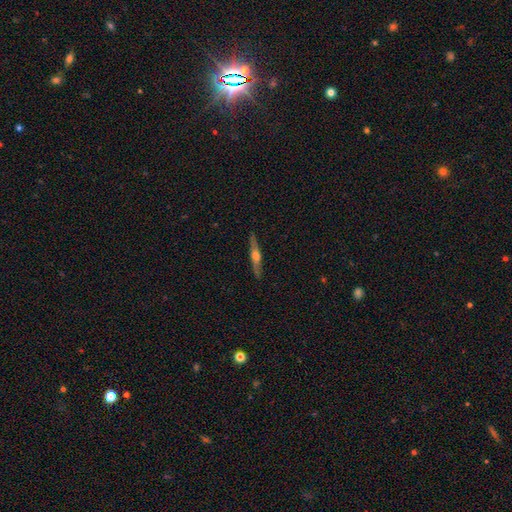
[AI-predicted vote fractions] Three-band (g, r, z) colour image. It shows a featured or disk galaxy (67%) viewed edge-on (97%) with a rounded central bulge (90%). Merging: none (89%).